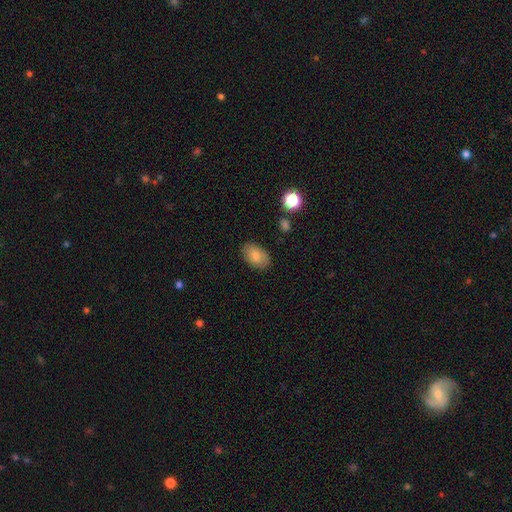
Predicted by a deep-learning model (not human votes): Smooth or featured? Predicted: smooth (p=0.79). How rounded? Predicted: in between (p=0.89). Merging? Predicted: none (p=0.81).